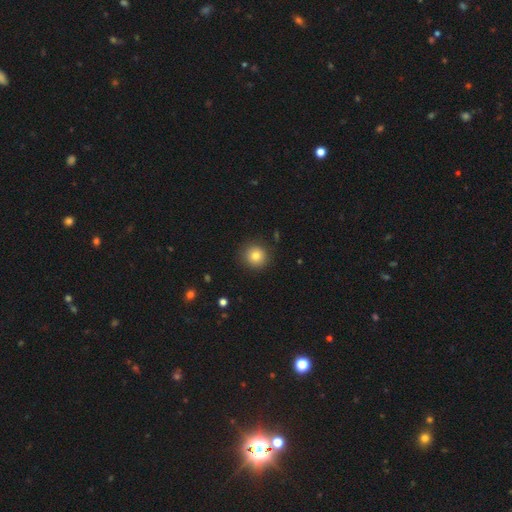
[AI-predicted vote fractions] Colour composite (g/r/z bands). It shows a smooth galaxy with no disk features (80%) that is round (92%). Merging: none (90%).